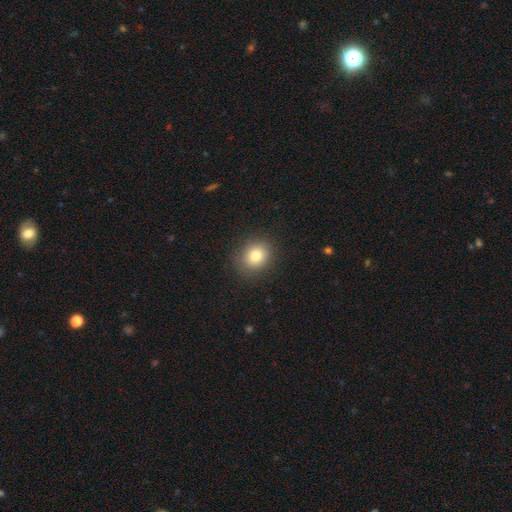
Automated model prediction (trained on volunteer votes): Smooth or featured? smooth (79%)
How rounded? round (71%)
Merging? none (88%)